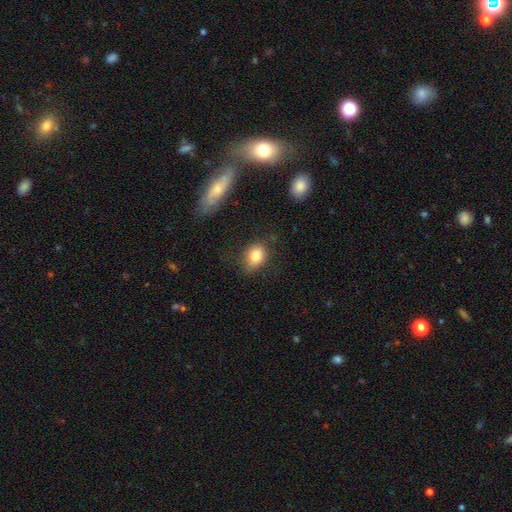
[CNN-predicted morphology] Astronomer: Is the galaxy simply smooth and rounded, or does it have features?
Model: smooth — 83%.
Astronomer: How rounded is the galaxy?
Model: in between — 68%.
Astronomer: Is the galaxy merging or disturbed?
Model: none — 74%.